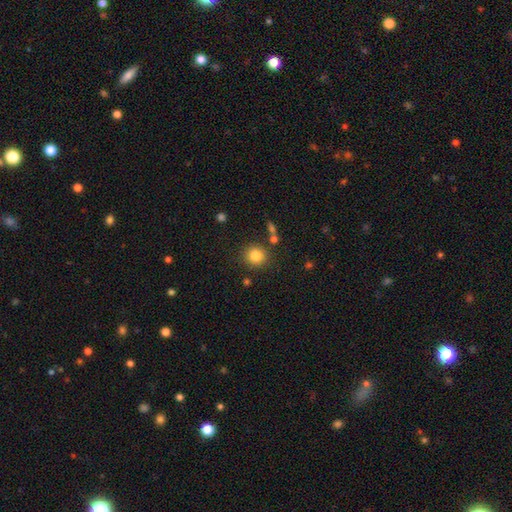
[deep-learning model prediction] A smooth galaxy with no disk features (83%) that is round (88%).

Vote fractions:
- Smooth or featured? smooth: 83% / star or artifact: 11% / featured or disk: 6%
- How rounded? round: 88% / in between: 11% / cigar-shaped: 1%
- Merging? none: 84% / minor disturbance: 8% / merger: 5% / major disturbance: 3%